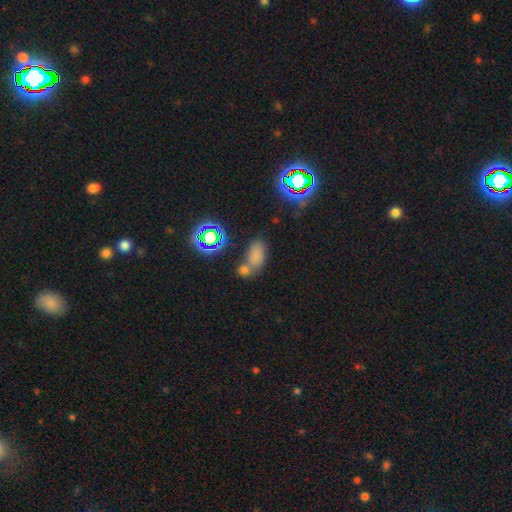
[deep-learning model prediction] smooth-or-featured: smooth: 68% | star or artifact: 24% | featured or disk: 8%
  how-rounded: in between: 86% | round: 10% | cigar-shaped: 4%
  merging: none: 46% | merger: 36% | minor disturbance: 12% | major disturbance: 5%